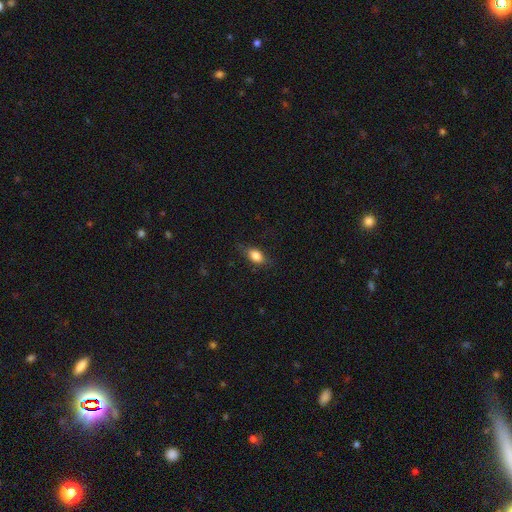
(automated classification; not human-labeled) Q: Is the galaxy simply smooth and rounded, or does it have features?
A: smooth — 81%.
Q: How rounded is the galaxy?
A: in between — 80%.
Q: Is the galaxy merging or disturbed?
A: none — 73%.